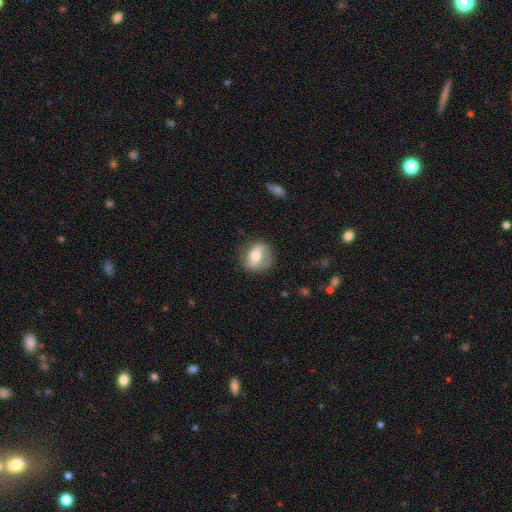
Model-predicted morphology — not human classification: The model was most divided on "smooth or featured": featured or disk: 52%, smooth: 41%, star or artifact: 7%. More confident: edge-on disk — no (93%); merging — none (74%).